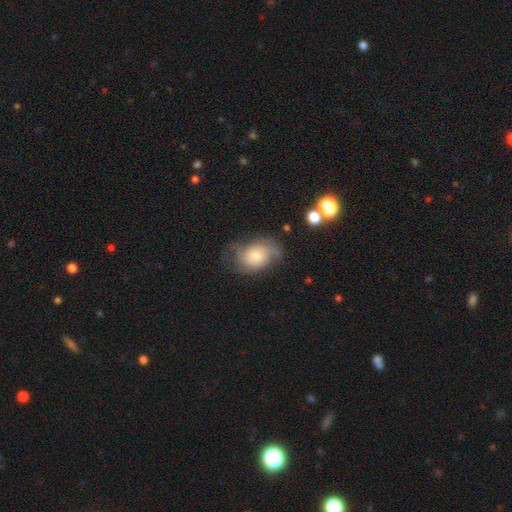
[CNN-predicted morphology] smooth-or-featured: featured or disk: 54% | smooth: 38% | star or artifact: 8%
  disk-edge-on: no: 96% | yes: 4%
    bar: no: 79% | weak: 18% | strong: 3%
    has-spiral-arms: yes: 79% | no: 21%
    bulge-size: small: 44% | moderate: 42% | large: 9% | none: 2% | dominant: 2%
  merging: none: 49% | minor disturbance: 27% | major disturbance: 21% | merger: 2%